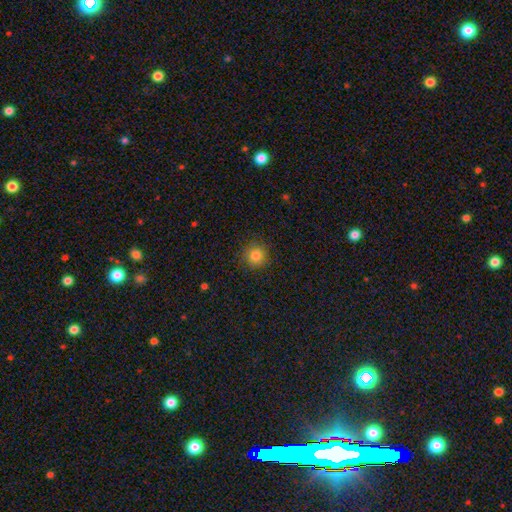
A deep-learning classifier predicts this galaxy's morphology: smooth-or-featured: smooth: 83% | star or artifact: 11% | featured or disk: 6%
  how-rounded: round: 94% | in between: 5% | cigar-shaped: 1%
  merging: none: 90% | minor disturbance: 7% | major disturbance: 2% | merger: 1%